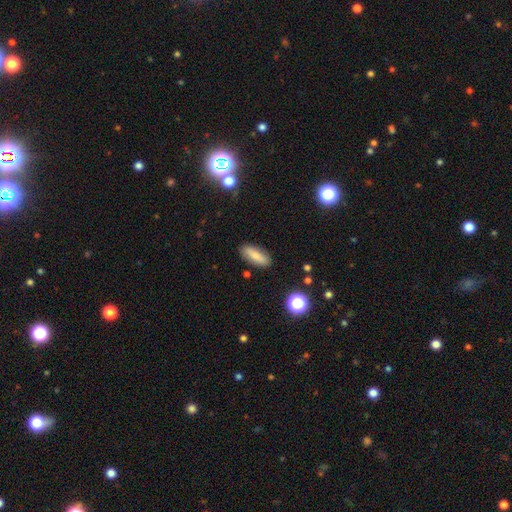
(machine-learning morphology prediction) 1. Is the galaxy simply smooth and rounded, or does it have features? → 71% smooth, 20% featured or disk, 8% star or artifact.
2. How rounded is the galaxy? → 64% in between, 33% cigar-shaped, 3% round.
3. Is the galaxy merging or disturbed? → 87% none, 10% minor disturbance, 2% major disturbance, 2% merger.